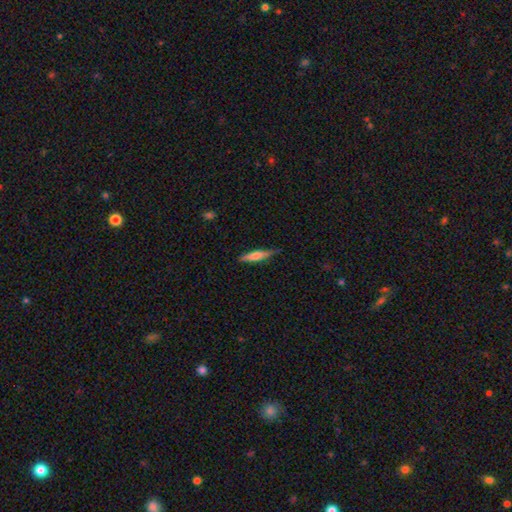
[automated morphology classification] Smooth or featured? smooth (63%)
How rounded? cigar-shaped (86%)
Merging? none (77%)